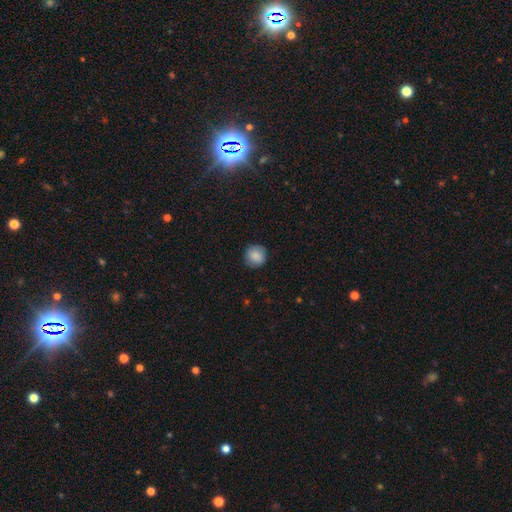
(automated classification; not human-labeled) smooth_or_featured: smooth (p=0.87) [alt: star or artifact p=0.08]
how_rounded: round (p=0.93) [alt: in between p=0.06]
merging: none (p=0.89) [alt: minor disturbance p=0.08]